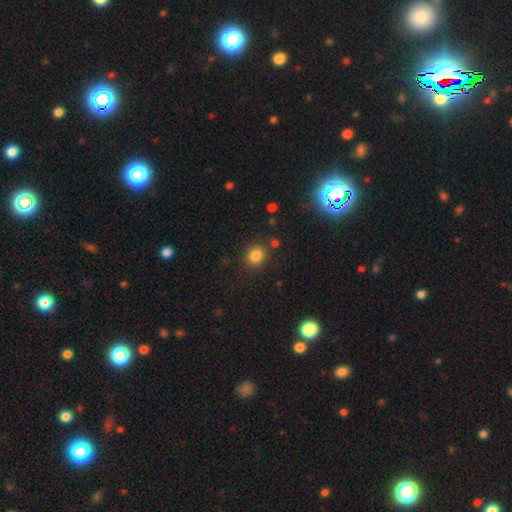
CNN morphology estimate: Smooth or featured?
  - smooth: 83% *
  - star or artifact: 12%
  - featured or disk: 5%
How rounded?
  - round: 81% *
  - in between: 18%
  - cigar-shaped: 1%
Merging?
  - none: 82% *
  - minor disturbance: 10%
  - merger: 5%
  - major disturbance: 3%